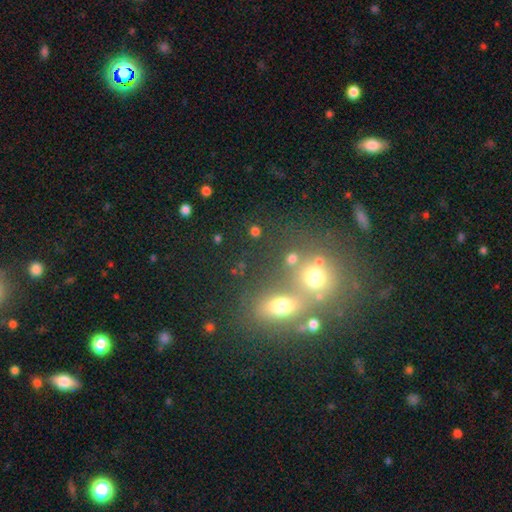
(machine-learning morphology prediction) A smooth galaxy with no disk features (52%) that is round (51%). Merging: merger (55%).